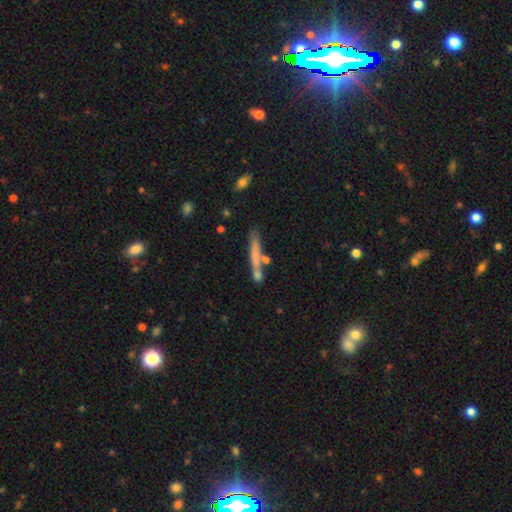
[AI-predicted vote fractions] Smooth or featured? smooth (62%)
How rounded? cigar-shaped (92%)
Merging? none (61%)